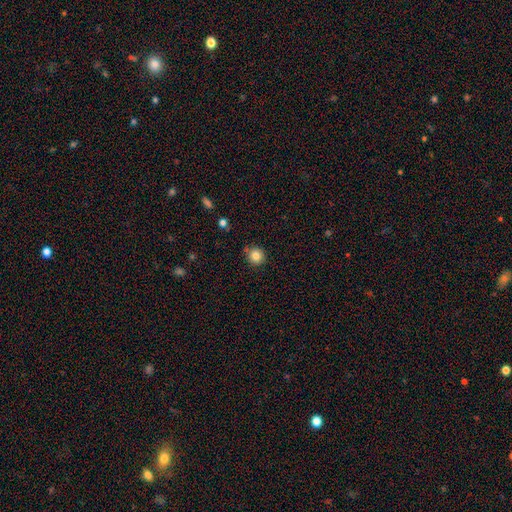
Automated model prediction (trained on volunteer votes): A smooth galaxy with no disk features (83%) that is round (94%).

Vote fractions:
- Smooth or featured? smooth: 83% / star or artifact: 11% / featured or disk: 6%
- How rounded? round: 94% / in between: 5% / cigar-shaped: 1%
- Merging? none: 84% / minor disturbance: 9% / merger: 4% / major disturbance: 2%